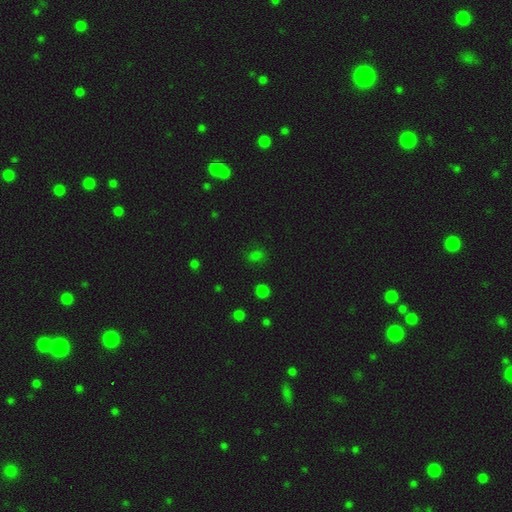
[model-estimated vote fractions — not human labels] A smooth galaxy with no disk features (67%) that is round (50%).

Vote fractions:
- Smooth or featured? smooth: 67% / star or artifact: 28% / featured or disk: 5%
- How rounded? round: 50% / in between: 48% / cigar-shaped: 2%
- Merging? none: 77% / minor disturbance: 15% / major disturbance: 6% / merger: 3%